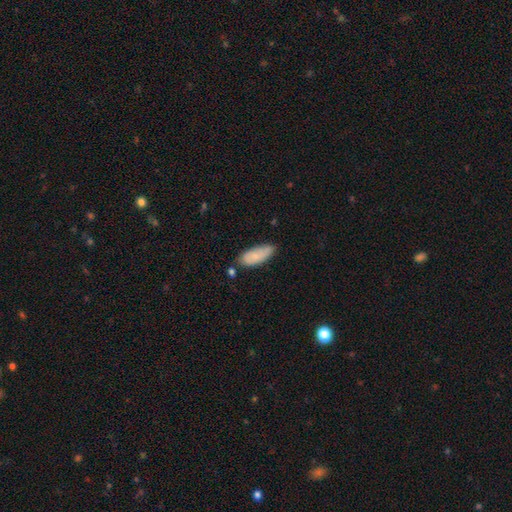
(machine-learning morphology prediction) Smooth or featured?
  - smooth: 76% *
  - featured or disk: 18%
  - star or artifact: 6%
How rounded?
  - in between: 79% *
  - cigar-shaped: 19%
  - round: 2%
Merging?
  - none: 64% *
  - minor disturbance: 26%
  - merger: 6%
  - major disturbance: 4%